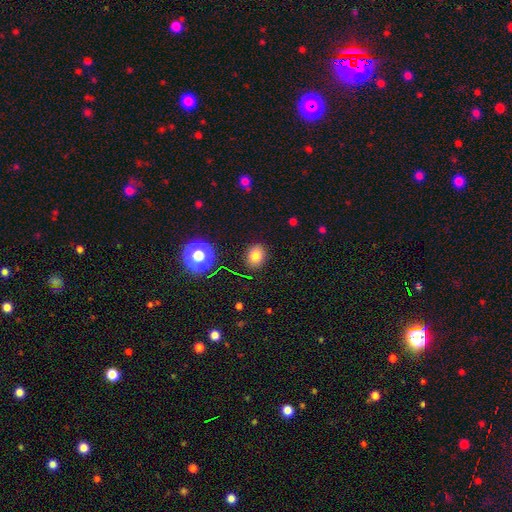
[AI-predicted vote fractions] A smooth galaxy with no disk features (78%) that is round (53%). Merging: none (88%).